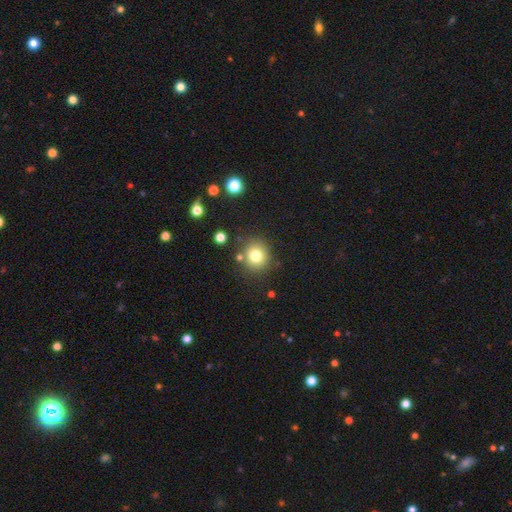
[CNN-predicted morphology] smooth-or-featured: smooth: 78% | star or artifact: 13% | featured or disk: 9%
  how-rounded: round: 85% | in between: 14% | cigar-shaped: 1%
  merging: none: 81% | minor disturbance: 9% | merger: 6% | major disturbance: 3%